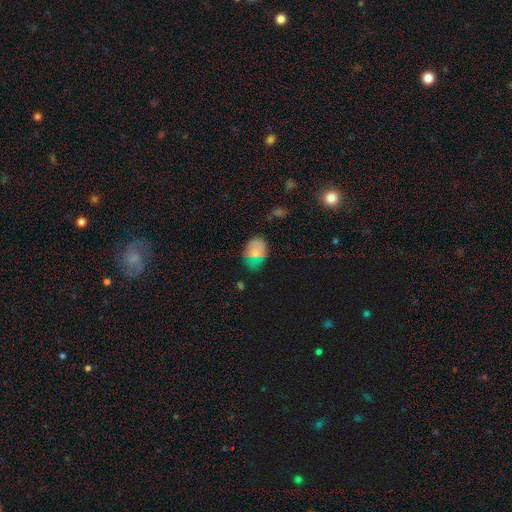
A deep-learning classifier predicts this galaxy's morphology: A smooth galaxy with no disk features (68%) that is in between round and cigar-shaped (77%).

Vote fractions:
- Smooth or featured? smooth: 68% / star or artifact: 18% / featured or disk: 14%
- How rounded? in between: 77% / round: 21% / cigar-shaped: 2%
- Merging? none: 61% / minor disturbance: 27% / major disturbance: 9% / merger: 3%